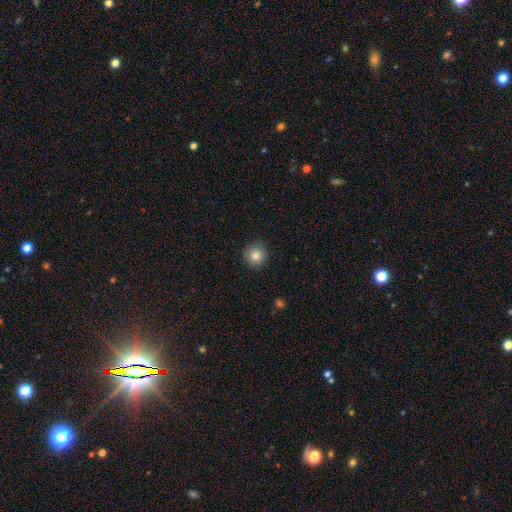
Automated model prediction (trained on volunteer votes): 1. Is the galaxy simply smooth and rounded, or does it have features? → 82% smooth, 11% star or artifact, 7% featured or disk.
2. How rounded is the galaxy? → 92% round, 7% in between, 1% cigar-shaped.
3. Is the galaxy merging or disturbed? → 90% none, 7% minor disturbance, 2% major disturbance, 1% merger.